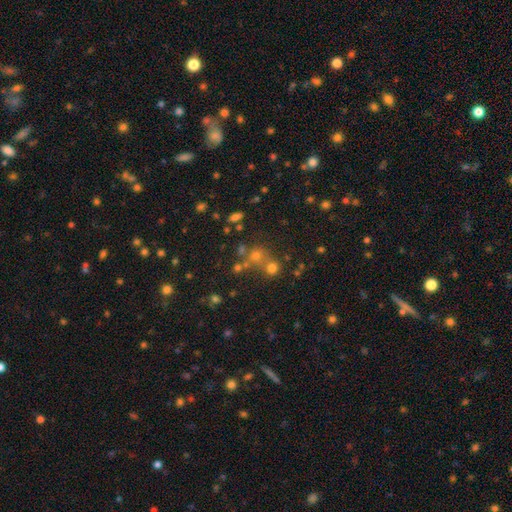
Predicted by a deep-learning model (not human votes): The model was most divided on "smooth or featured": smooth: 52%, star or artifact: 34%, featured or disk: 13%. More confident: how rounded — round (86%); merging — none (55%).